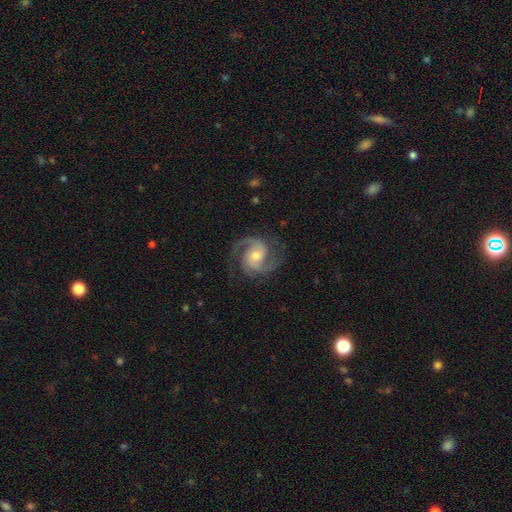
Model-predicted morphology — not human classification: featured or disk 92%, star or artifact 5%, smooth 3%. Down the decision tree: edge-on disk — no (98%); bar — no (52%); spiral arms — yes (98%); spiral arm count — 2 (91%); spiral winding — medium (60%); bulge size — moderate (55%); merging — none (83%).